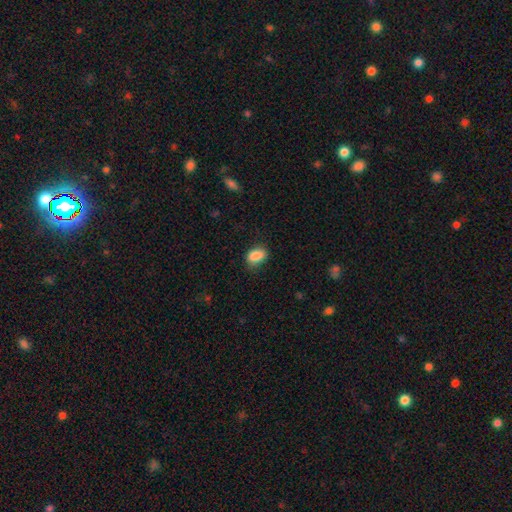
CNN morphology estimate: Smooth or featured?
  - smooth: 87% *
  - star or artifact: 8%
  - featured or disk: 5%
How rounded?
  - in between: 84% *
  - round: 15%
  - cigar-shaped: 2%
Merging?
  - none: 76% *
  - minor disturbance: 18%
  - major disturbance: 4%
  - merger: 1%